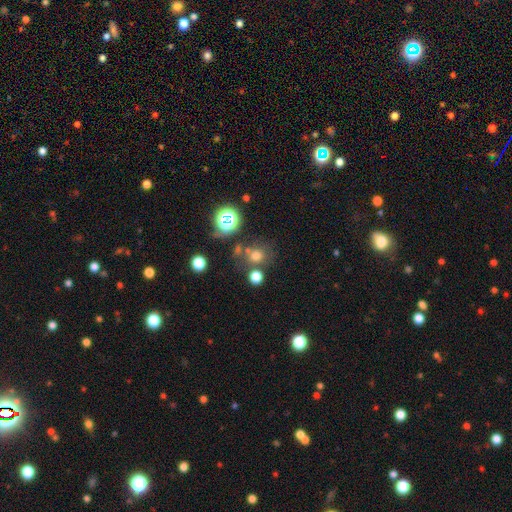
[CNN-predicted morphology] A smooth galaxy with no disk features (60%) that is round (83%).

Vote fractions:
- Smooth or featured? smooth: 60% / star or artifact: 30% / featured or disk: 10%
- How rounded? round: 83% / in between: 16% / cigar-shaped: 1%
- Merging? none: 64% / merger: 18% / minor disturbance: 11% / major disturbance: 6%